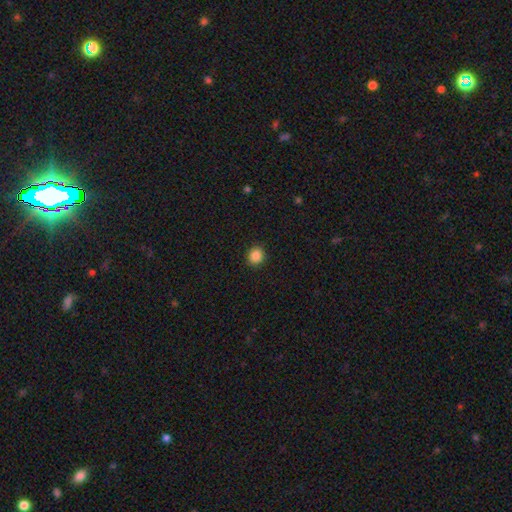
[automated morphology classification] Overall: smooth (87%). How rounded: round (86%). Merging: none (91%).